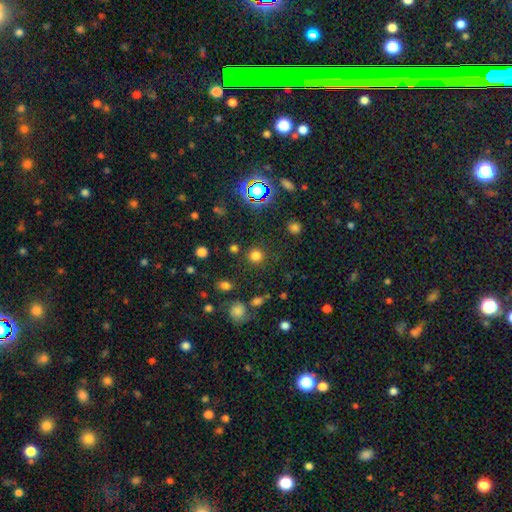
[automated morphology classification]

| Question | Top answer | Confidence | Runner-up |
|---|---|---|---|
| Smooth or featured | smooth | 74% | star or artifact (21%) |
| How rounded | round | 93% | in between (6%) |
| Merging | none | 86% | minor disturbance (7%) |